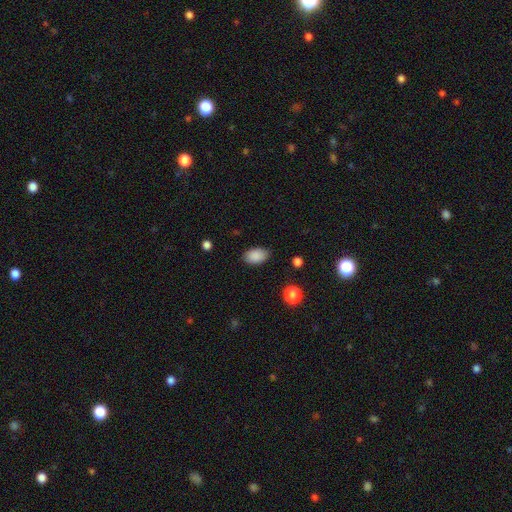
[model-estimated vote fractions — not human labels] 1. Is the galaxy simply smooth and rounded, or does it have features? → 88% smooth, 8% star or artifact, 4% featured or disk.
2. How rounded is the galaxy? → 90% in between, 8% round, 1% cigar-shaped.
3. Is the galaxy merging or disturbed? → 85% none, 11% minor disturbance, 3% major disturbance, 1% merger.